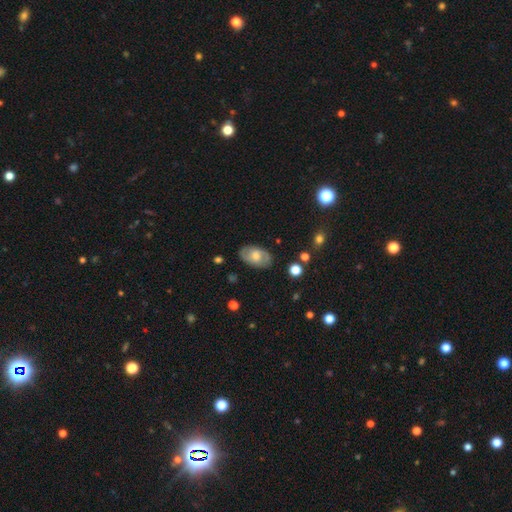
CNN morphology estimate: This is possibly a featured or disk galaxy (48%). Merging: clearly none (82%).